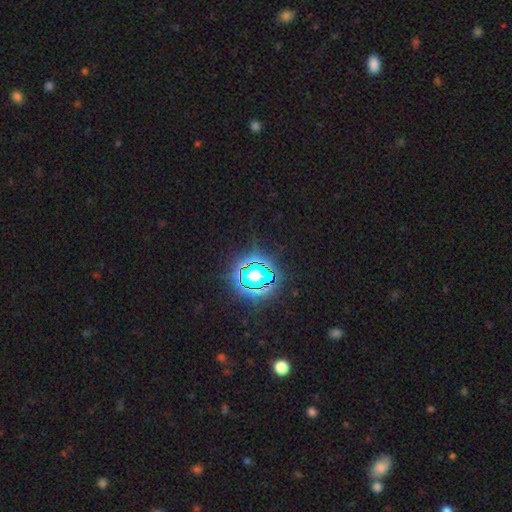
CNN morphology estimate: A star or artifact, not a galaxy (76%).